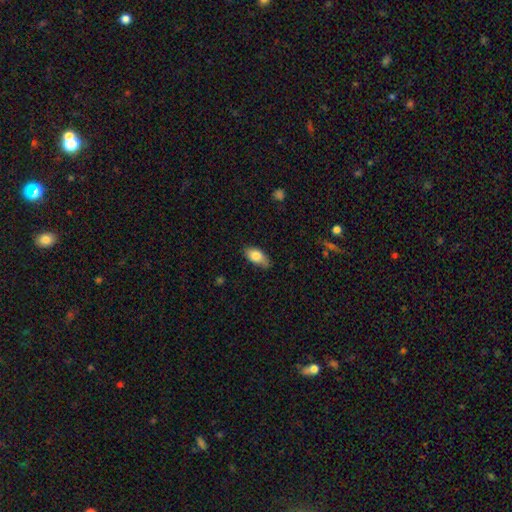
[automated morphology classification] The model was most divided on "merging": none: 73%, minor disturbance: 22%, major disturbance: 4%, merger: 1%. More confident: how rounded — in between (90%); smooth or featured — smooth (81%).